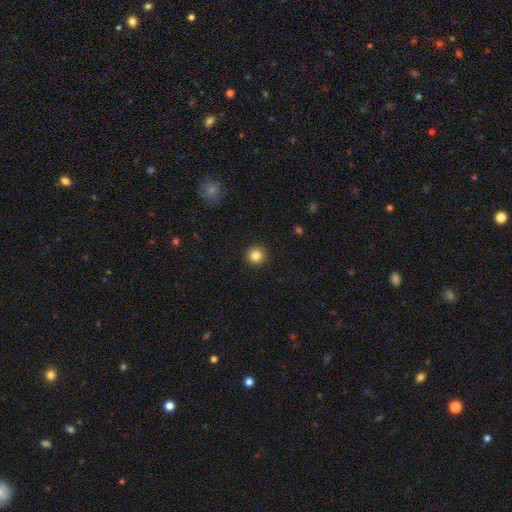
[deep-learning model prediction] Smooth or featured: smooth — 84% (star or artifact — 11%)
How rounded: round — 95% (in between — 4%)
Merging: none — 92% (minor disturbance — 5%)